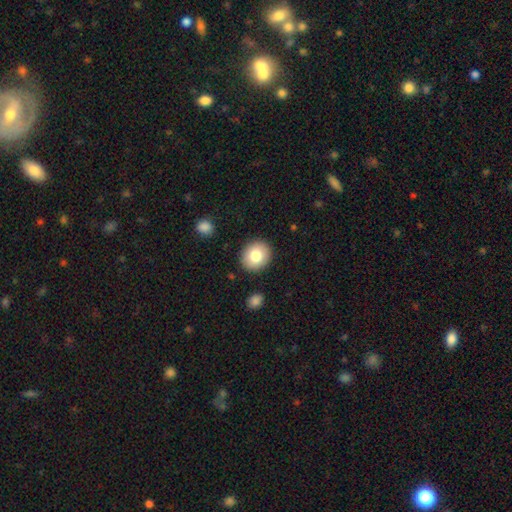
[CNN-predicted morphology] Smooth or featured? smooth (80%)
How rounded? round (77%)
Merging? none (89%)